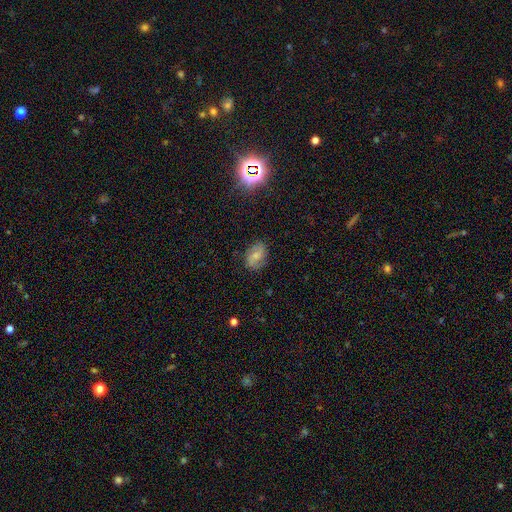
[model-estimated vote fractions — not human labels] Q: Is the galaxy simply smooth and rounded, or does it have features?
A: smooth — 58%.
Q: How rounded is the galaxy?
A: in between — 75%.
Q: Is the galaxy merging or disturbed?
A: none — 78%.